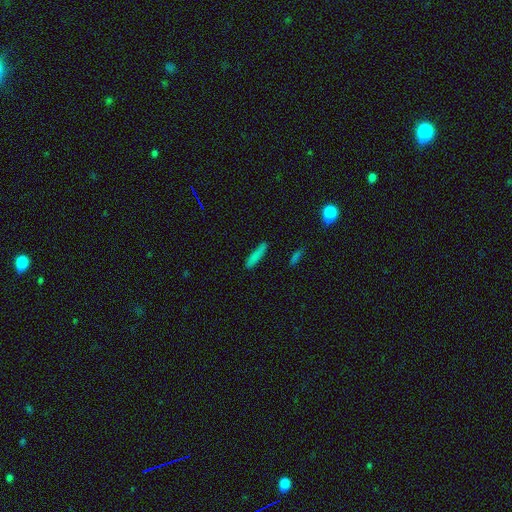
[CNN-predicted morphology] Smooth or featured? smooth (81%)
How rounded? cigar-shaped (89%)
Merging? none (84%)